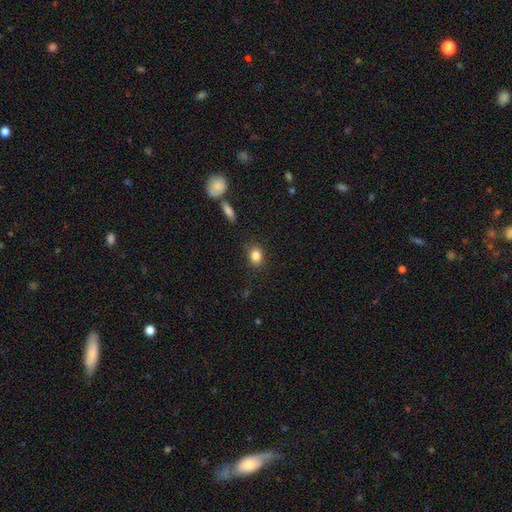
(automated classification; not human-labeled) A smooth galaxy with no disk features (84%) that is round (53%). Merging: none (85%).